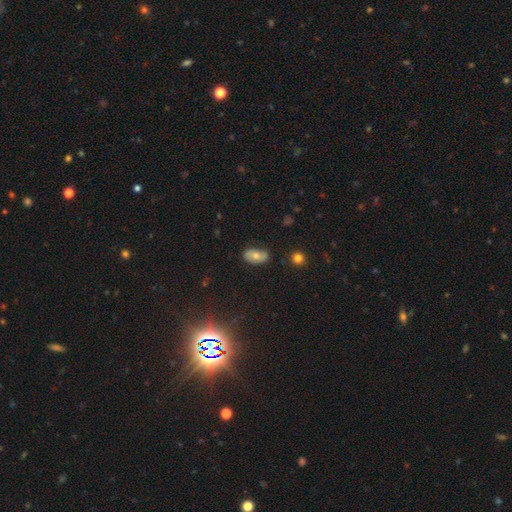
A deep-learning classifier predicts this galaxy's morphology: This appears to be a smooth galaxy with no disk features (58%) that is in between round and cigar-shaped (91%). Merging: none (68%).